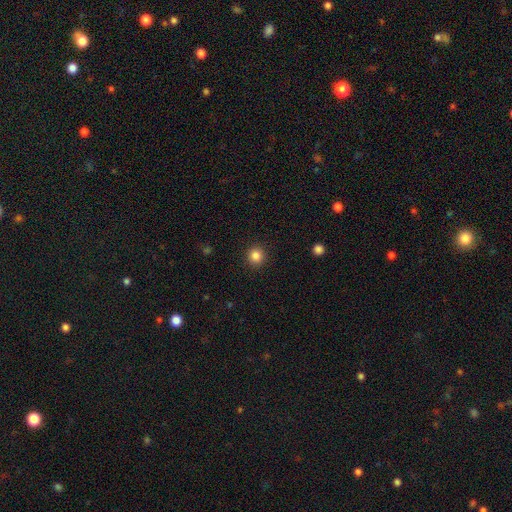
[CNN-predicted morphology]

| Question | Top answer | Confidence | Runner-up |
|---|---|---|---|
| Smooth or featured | smooth | 85% | star or artifact (11%) |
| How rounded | round | 94% | in between (5%) |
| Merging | none | 92% | minor disturbance (5%) |